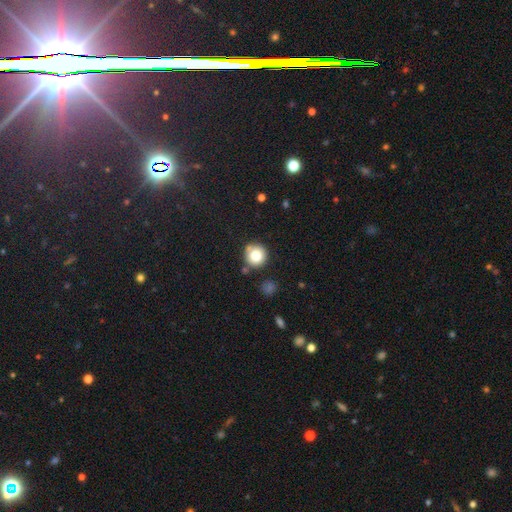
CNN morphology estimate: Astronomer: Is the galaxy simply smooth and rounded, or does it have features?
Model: smooth — 78%.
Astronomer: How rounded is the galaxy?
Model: round — 93%.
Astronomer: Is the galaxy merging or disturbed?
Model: none — 77%.